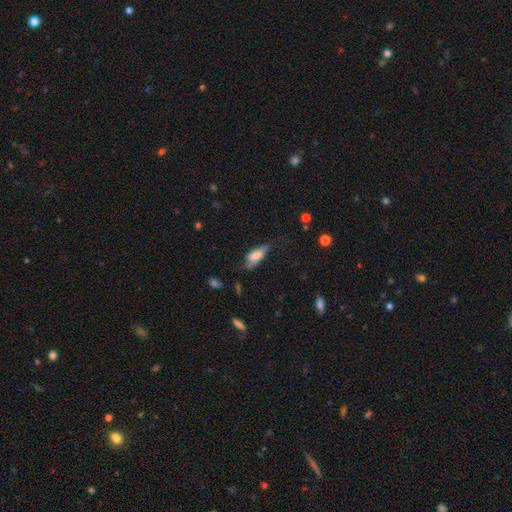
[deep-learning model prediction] Smooth or featured? Predicted: smooth (p=0.71). How rounded? Predicted: in between (p=0.75). Merging? Predicted: none (p=0.41).